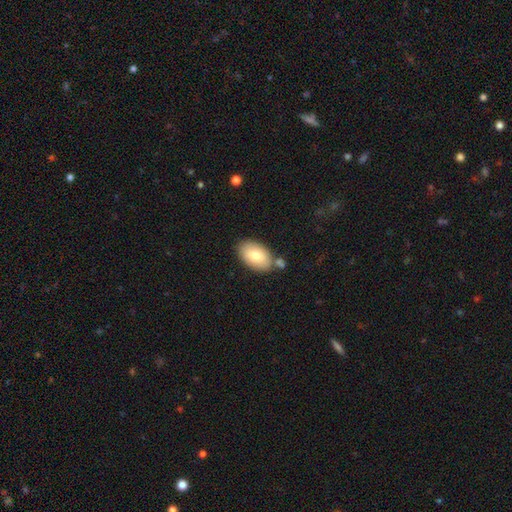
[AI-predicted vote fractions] Smooth or featured? Predicted: smooth (p=0.76). How rounded? Predicted: in between (p=0.92). Merging? Predicted: none (p=0.73).